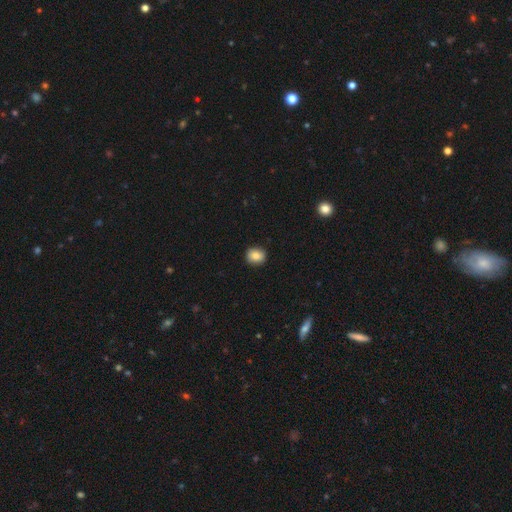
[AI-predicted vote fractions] The model was most divided on "how rounded": round: 72%, in between: 27%, cigar-shaped: 1%. More confident: merging — none (90%); smooth or featured — smooth (84%).